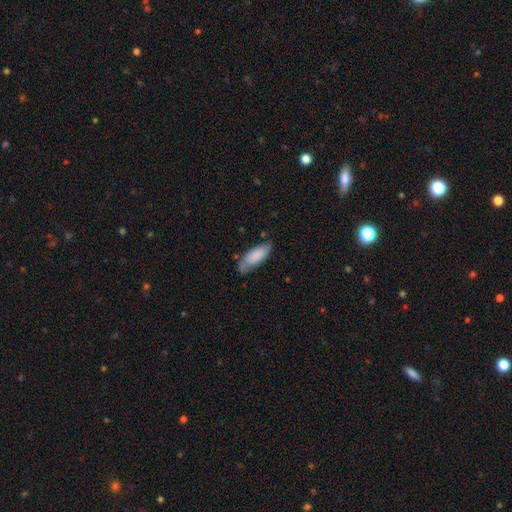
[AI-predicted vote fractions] This appears to be a smooth galaxy with no disk features (79%) that is in between round and cigar-shaped (74%). Merging: none (67%).